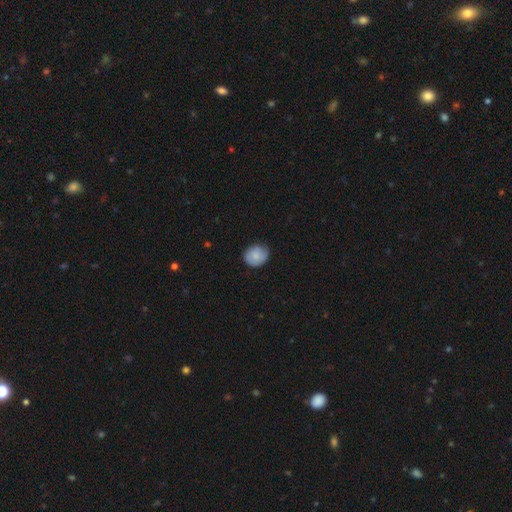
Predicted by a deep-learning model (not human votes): Smooth or featured?
  - smooth: 76% *
  - featured or disk: 17%
  - star or artifact: 7%
How rounded?
  - round: 66% *
  - in between: 33%
  - cigar-shaped: 1%
Merging?
  - none: 70% *
  - minor disturbance: 25%
  - major disturbance: 4%
  - merger: 1%